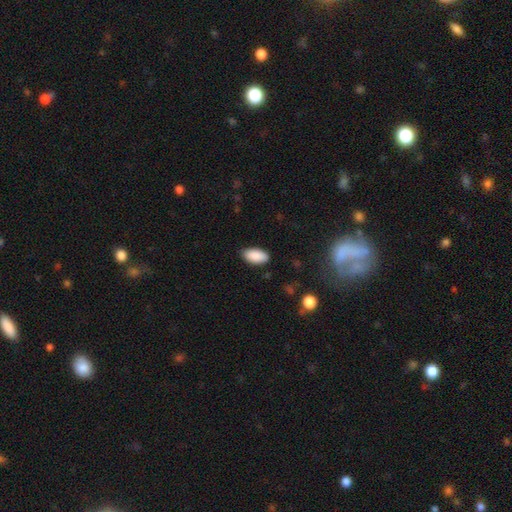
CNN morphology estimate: A smooth galaxy with no disk features (90%) that is in between round and cigar-shaped (94%). Merging: none (84%).